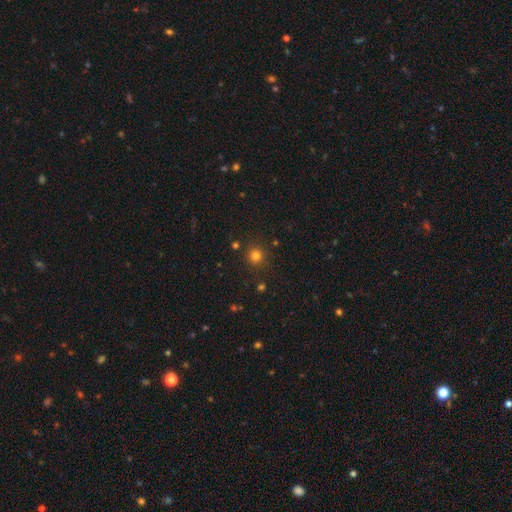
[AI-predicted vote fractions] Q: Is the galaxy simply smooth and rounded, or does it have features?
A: smooth — 79%.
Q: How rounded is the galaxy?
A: round — 94%.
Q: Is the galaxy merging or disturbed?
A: none — 89%.